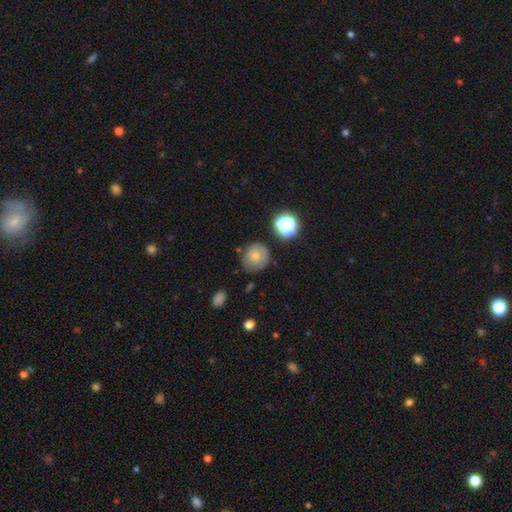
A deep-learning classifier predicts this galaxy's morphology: A smooth galaxy with no disk features (74%) that is round (88%).

Vote fractions:
- Smooth or featured? smooth: 74% / featured or disk: 14% / star or artifact: 12%
- How rounded? round: 88% / in between: 11% / cigar-shaped: 1%
- Merging? none: 74% / minor disturbance: 18% / major disturbance: 5% / merger: 4%